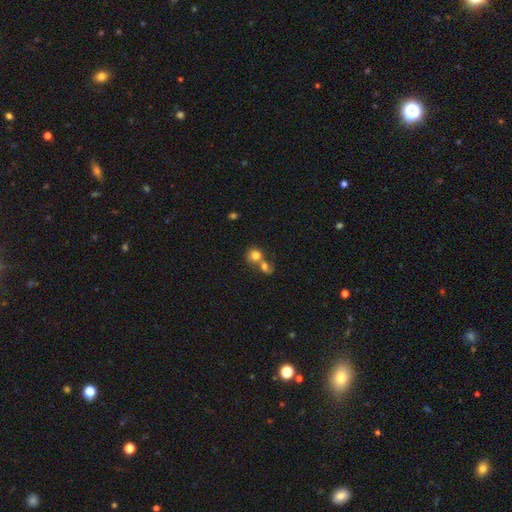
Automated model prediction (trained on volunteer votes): This is likely a smooth galaxy (76%). How rounded: likely round (79%). Merging: likely merger (62%).